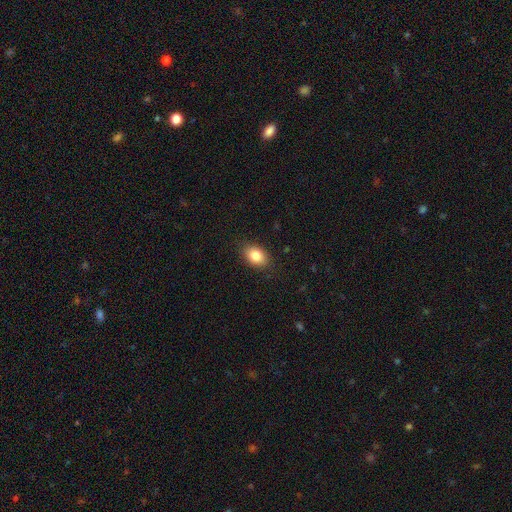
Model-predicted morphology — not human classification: smooth 84%, star or artifact 8%, featured or disk 8%. Down the decision tree: how rounded — in between (81%); merging — none (86%).